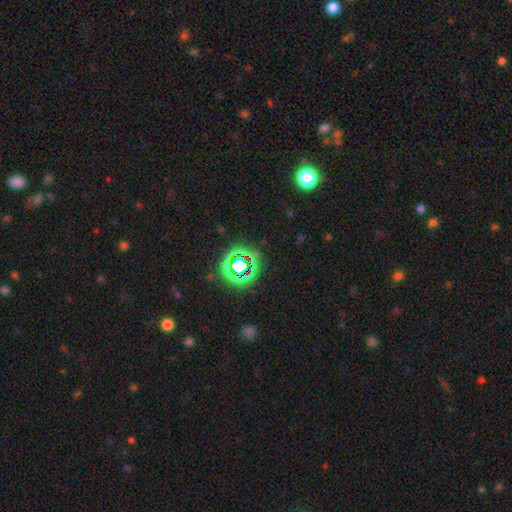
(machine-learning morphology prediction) Overall: star or artifact (61%; smooth 30%).